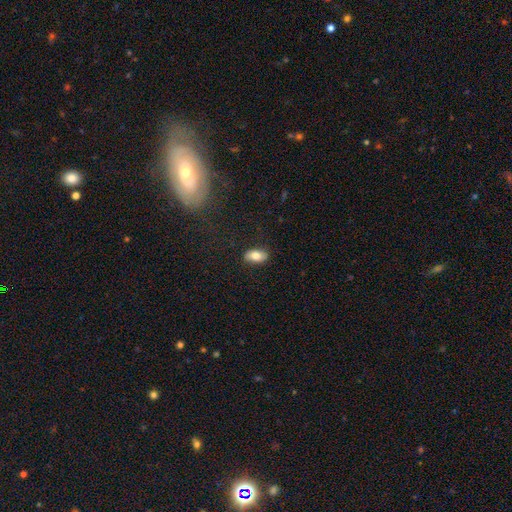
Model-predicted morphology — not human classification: smooth-or-featured: smooth: 80% | featured or disk: 13% | star or artifact: 7%
  how-rounded: in between: 91% | round: 5% | cigar-shaped: 4%
  merging: none: 85% | minor disturbance: 11% | major disturbance: 3% | merger: 1%